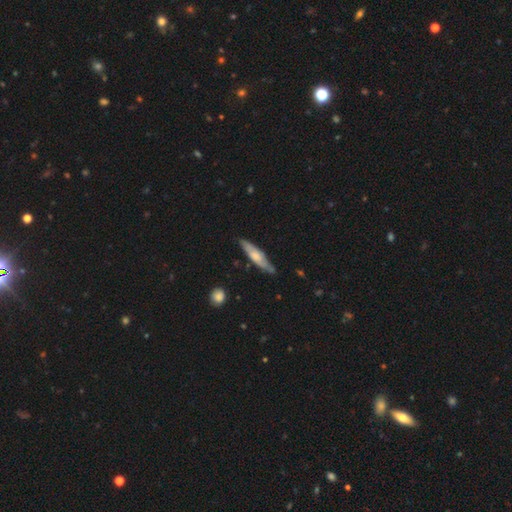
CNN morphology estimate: Smooth or featured?
  - smooth: 51% *
  - featured or disk: 44%
  - star or artifact: 5%
How rounded?
  - cigar-shaped: 75% *
  - in between: 23%
  - round: 2%
Merging?
  - none: 73% *
  - minor disturbance: 21%
  - major disturbance: 3%
  - merger: 3%